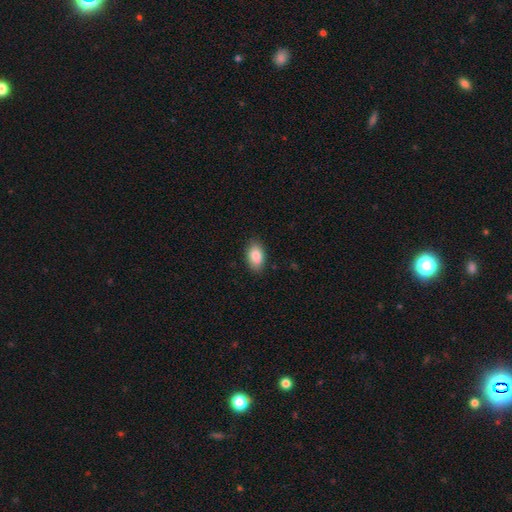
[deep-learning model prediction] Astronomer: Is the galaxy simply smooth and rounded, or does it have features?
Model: smooth — 86%.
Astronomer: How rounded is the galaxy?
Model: in between — 91%.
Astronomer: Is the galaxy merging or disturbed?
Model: none — 86%.